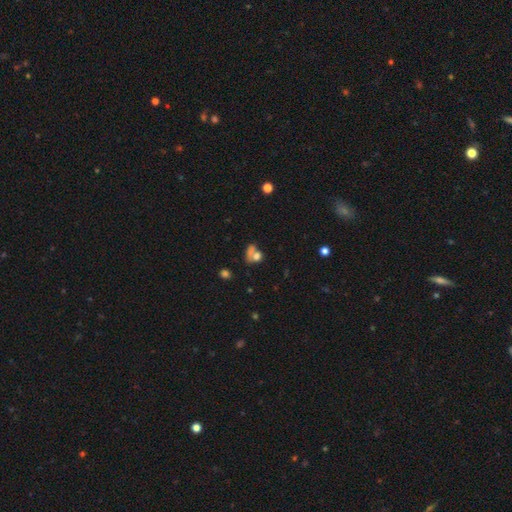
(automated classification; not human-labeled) Morphology: type=smooth (67%); roundness=round (49%); merging=merger (42%).